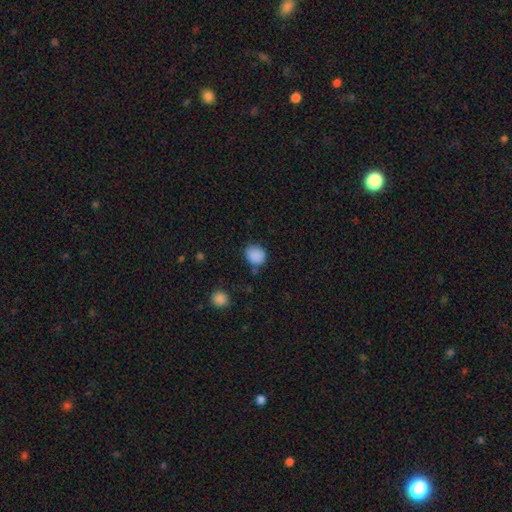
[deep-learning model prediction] This is clearly a smooth galaxy (87%). How rounded: likely round (73%). Merging: likely none (72%).